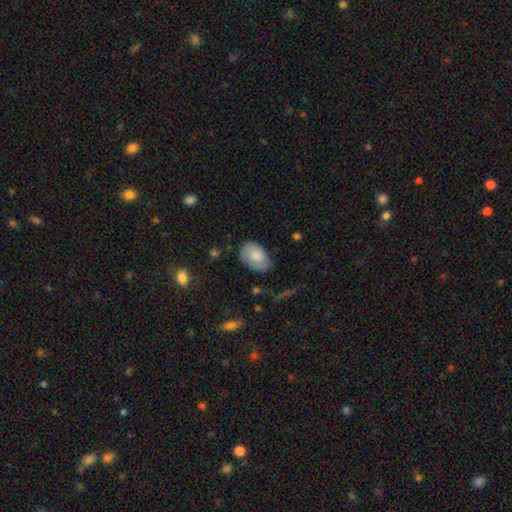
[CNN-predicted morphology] type=smooth (79%); roundness=in between (86%); merging=none (66%).